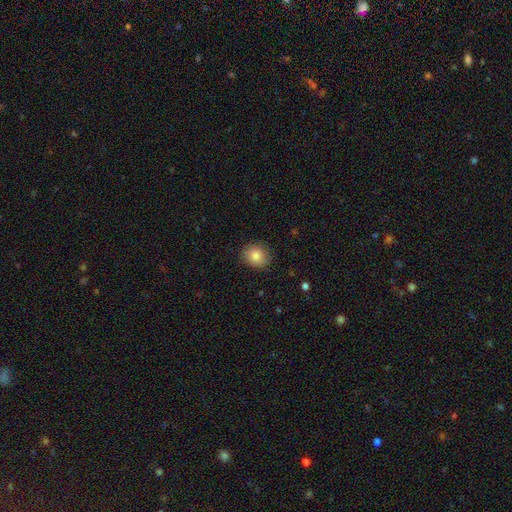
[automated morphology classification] A smooth galaxy with no disk features (85%) that is round (67%). Merging: none (88%).